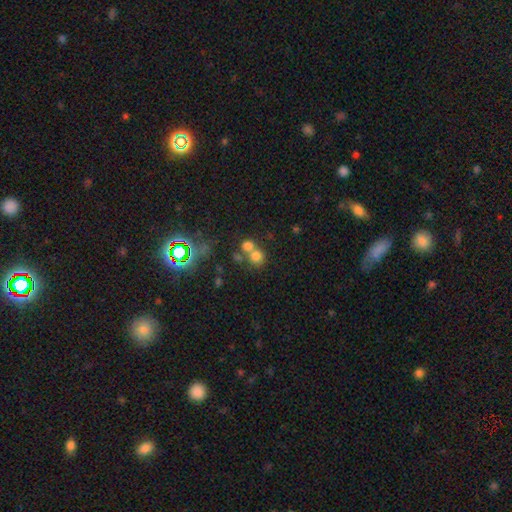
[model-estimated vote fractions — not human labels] Q: Smooth or featured?
A: smooth (70%); runner-up: star or artifact (18%)
Q: How rounded?
A: round (84%); runner-up: in between (15%)
Q: Merging?
A: merger (45%); runner-up: none (44%)